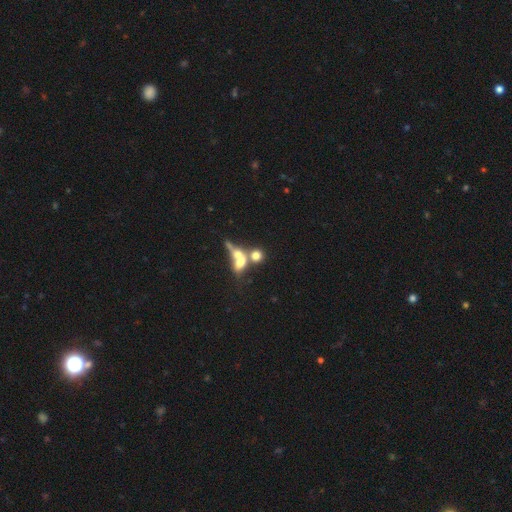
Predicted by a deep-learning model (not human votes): Smooth or featured?
  - smooth: 61% *
  - featured or disk: 26%
  - star or artifact: 13%
How rounded?
  - round: 52% *
  - in between: 41%
  - cigar-shaped: 7%
Merging?
  - merger: 63% *
  - none: 22%
  - major disturbance: 8%
  - minor disturbance: 7%